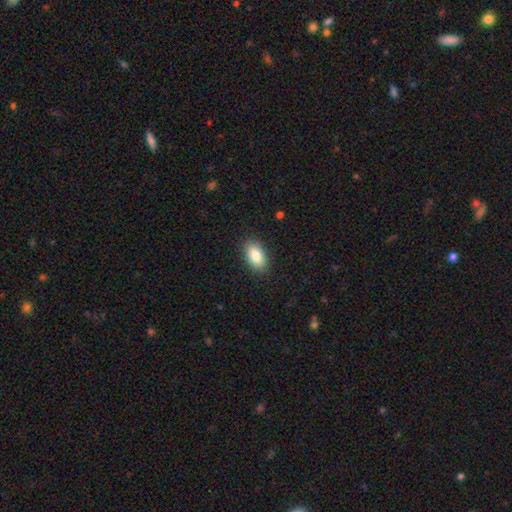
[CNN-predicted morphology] A smooth galaxy with no disk features (84%) that is in between round and cigar-shaped (93%). Merging: none (88%).